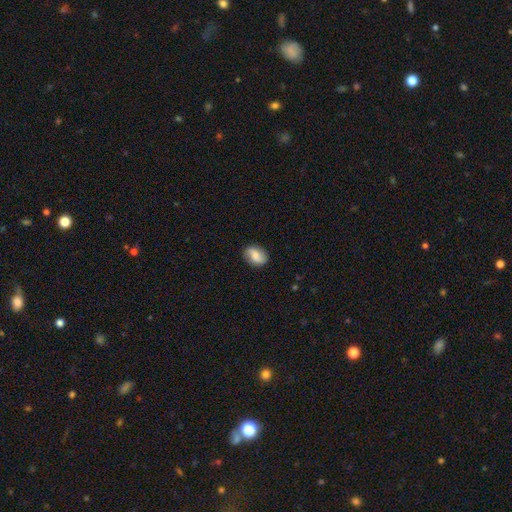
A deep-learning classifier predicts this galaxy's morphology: The model was most divided on "smooth or featured": smooth: 61%, featured or disk: 32%, star or artifact: 8%. More confident: merging — none (83%); how rounded — in between (73%).